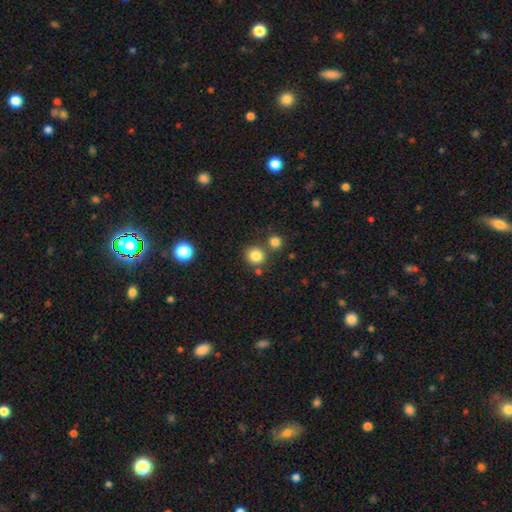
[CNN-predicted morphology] This appears to be a smooth galaxy with no disk features (83%) that is round (89%). Merging: none (73%).